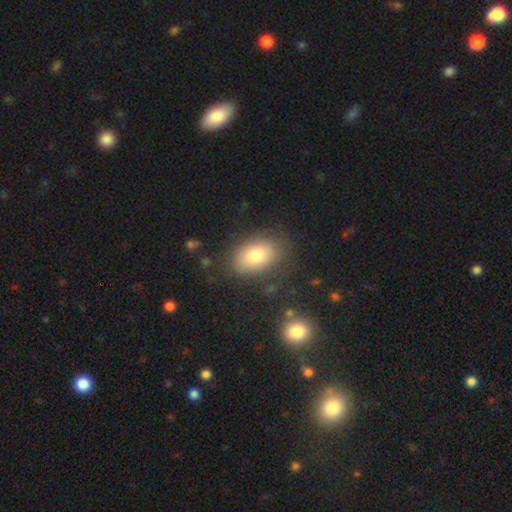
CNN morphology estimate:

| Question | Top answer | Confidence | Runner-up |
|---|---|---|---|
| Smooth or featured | smooth | 77% | featured or disk (14%) |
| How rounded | in between | 86% | round (13%) |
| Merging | none | 79% | minor disturbance (14%) |